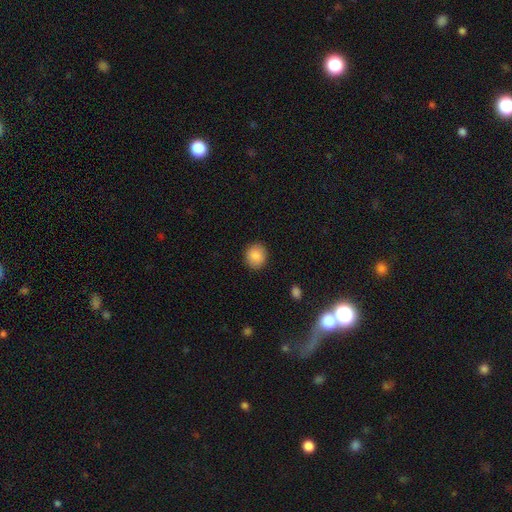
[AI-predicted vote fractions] smooth_or_featured: smooth (p=0.88) [alt: star or artifact p=0.08]
how_rounded: round (p=0.83) [alt: in between p=0.16]
merging: none (p=0.90) [alt: minor disturbance p=0.07]